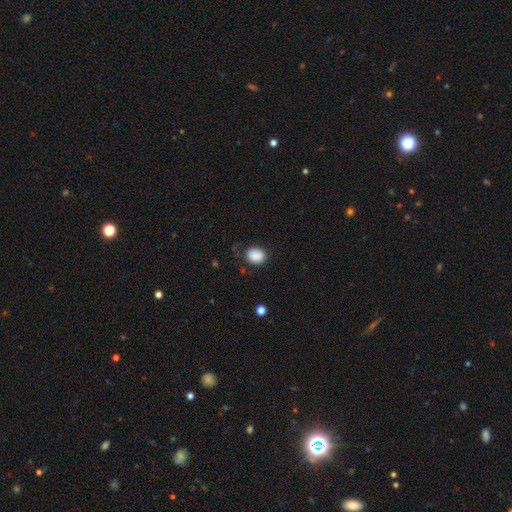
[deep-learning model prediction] Smooth or featured? smooth (89%)
How rounded? round (62%)
Merging? none (80%)